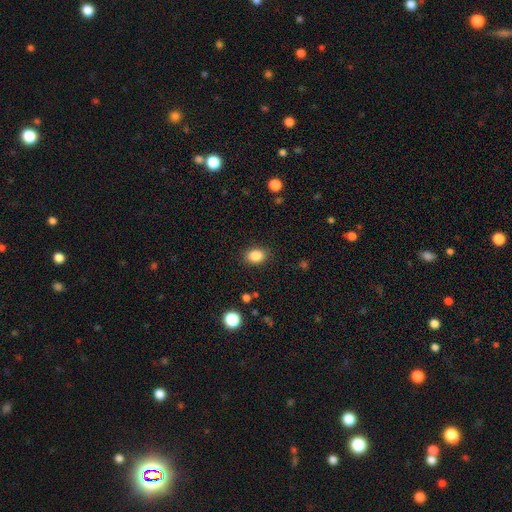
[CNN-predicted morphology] smooth-or-featured: smooth: 86% | star or artifact: 10% | featured or disk: 5%
  how-rounded: in between: 69% | round: 30% | cigar-shaped: 1%
  merging: none: 87% | minor disturbance: 9% | major disturbance: 3% | merger: 1%